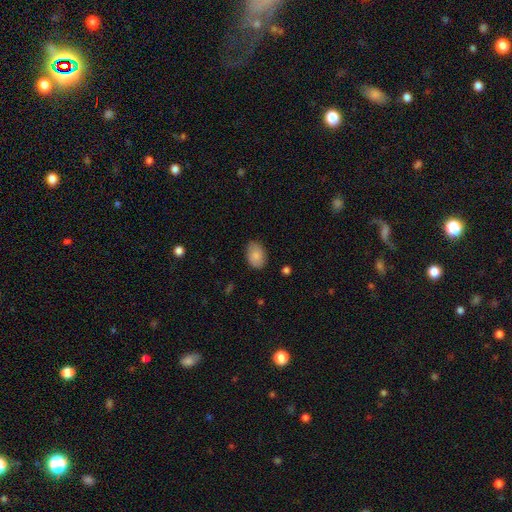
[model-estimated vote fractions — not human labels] Smooth or featured? Predicted: smooth (p=0.87). How rounded? Predicted: in between (p=0.84). Merging? Predicted: none (p=0.82).